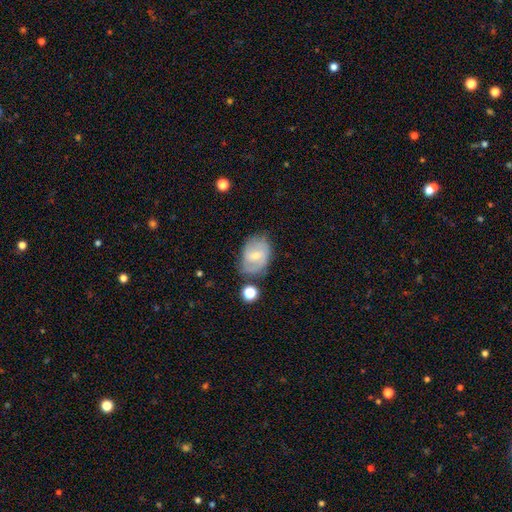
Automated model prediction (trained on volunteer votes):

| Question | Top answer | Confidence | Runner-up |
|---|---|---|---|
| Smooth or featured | featured or disk | 55% | smooth (38%) |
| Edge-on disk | no | 96% | yes (4%) |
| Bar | weak | 56% | no (26%) |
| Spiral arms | yes | 80% | no (20%) |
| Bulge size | small | 56% | moderate (37%) |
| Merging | none | 62% | minor disturbance (24%) |